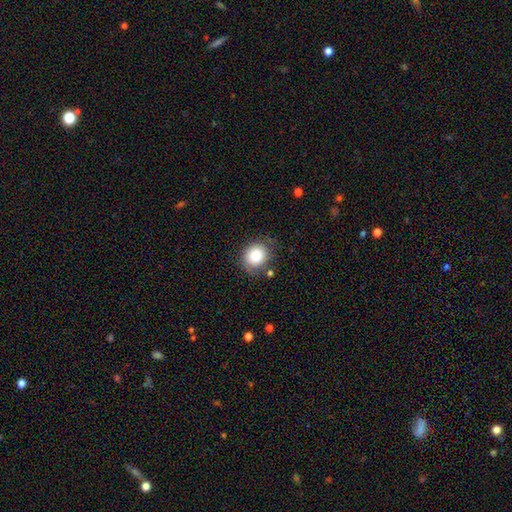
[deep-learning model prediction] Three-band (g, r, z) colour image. It shows a smooth galaxy with no disk features (85%) that is round (73%). Merging: none (75%).